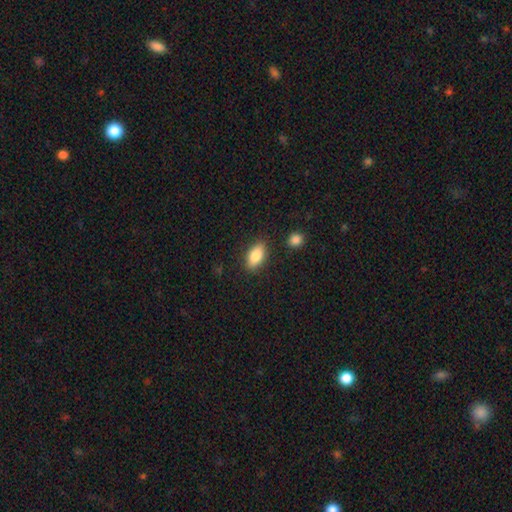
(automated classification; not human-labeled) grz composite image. It shows a smooth galaxy with no disk features (82%) that is in between round and cigar-shaped (87%). Merging: none (84%).